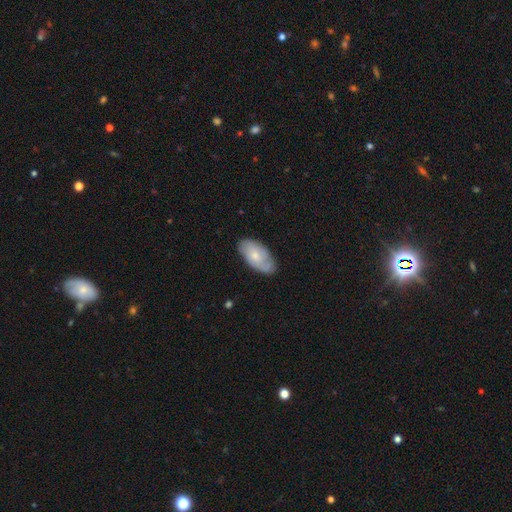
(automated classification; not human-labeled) Overall: smooth (58%; featured or disk 36%). How rounded: in between (94%). Merging: none (71%).